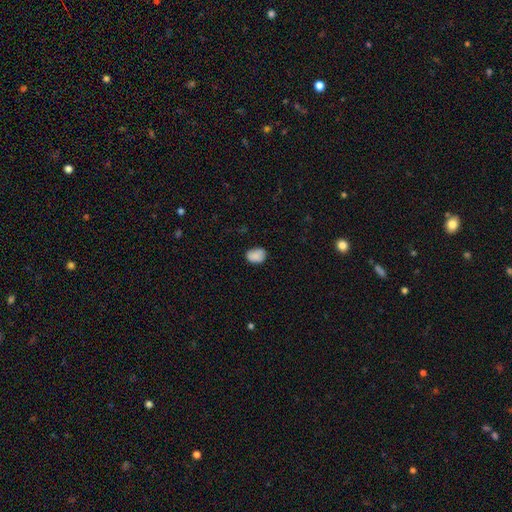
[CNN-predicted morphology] Smooth or featured: smooth — 86% (star or artifact — 8%)
How rounded: in between — 68% (round — 31%)
Merging: none — 74% (minor disturbance — 21%)